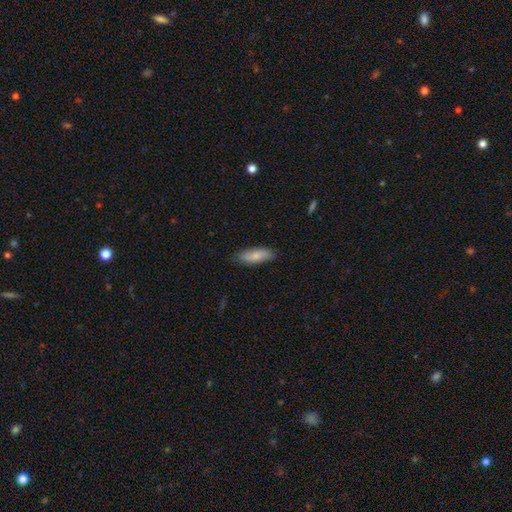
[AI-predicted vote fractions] Q: Smooth or featured?
A: smooth (74%); runner-up: featured or disk (21%)
Q: How rounded?
A: in between (65%); runner-up: cigar-shaped (33%)
Q: Merging?
A: none (82%); runner-up: minor disturbance (15%)